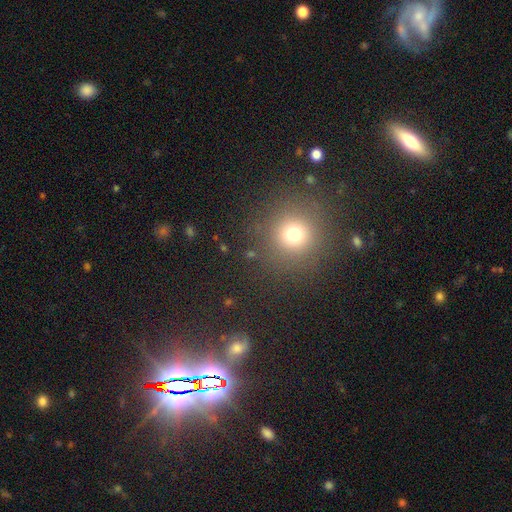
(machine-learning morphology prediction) smooth 50%, star or artifact 40%, featured or disk 10%. Down the decision tree: how rounded — round (93%); merging — none (89%).